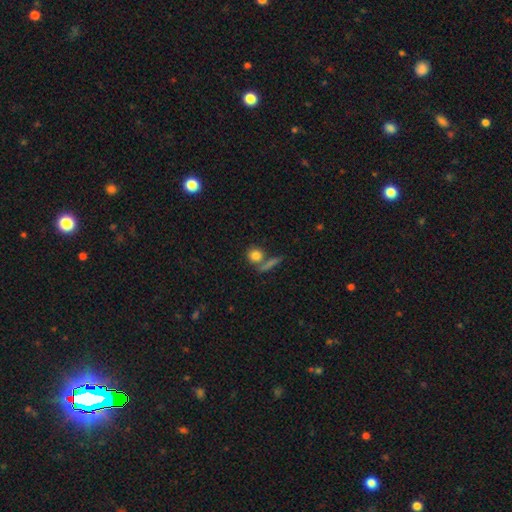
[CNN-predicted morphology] type=smooth (80%); roundness=round (81%); merging=none (62%).